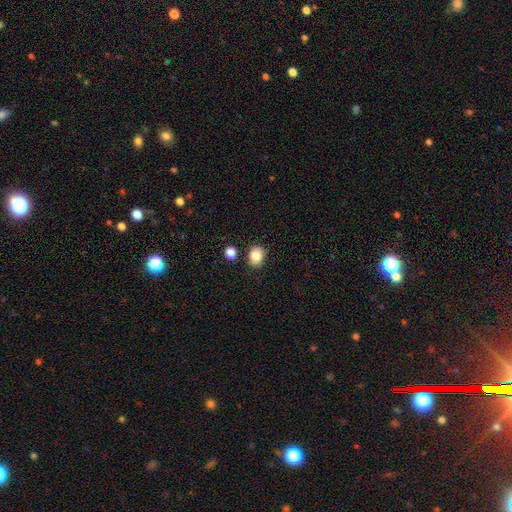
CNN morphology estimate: This appears to be a smooth galaxy with no disk features (84%) that is round (56%). Merging: none (80%).